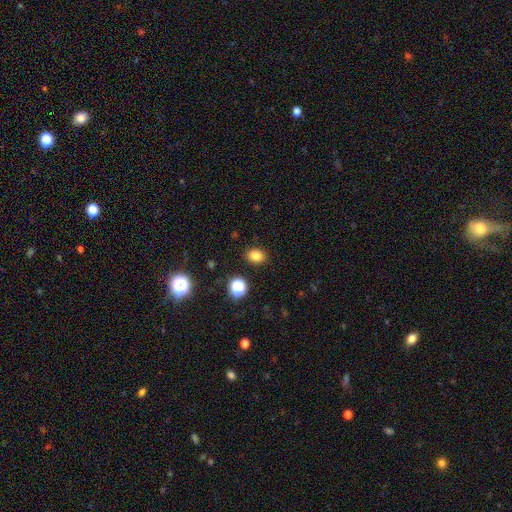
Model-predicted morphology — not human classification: smooth_or_featured: smooth (p=0.81) [alt: star or artifact p=0.13]
how_rounded: in between (p=0.60) [alt: round p=0.39]
merging: none (p=0.88) [alt: minor disturbance p=0.08]